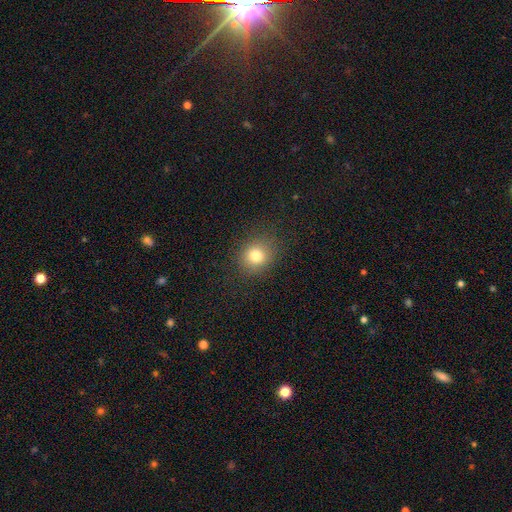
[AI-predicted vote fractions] Overall: smooth (79%). How rounded: round (74%). Merging: none (86%).